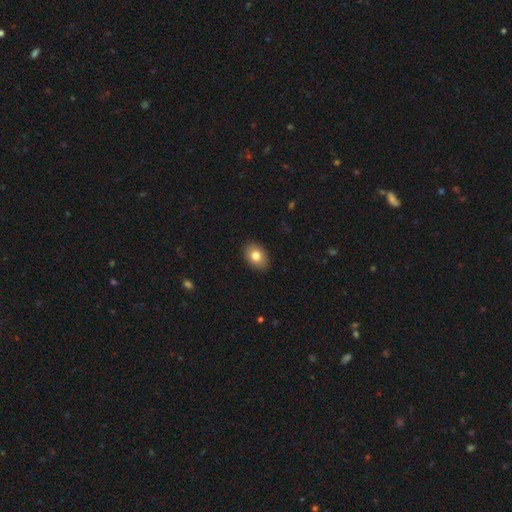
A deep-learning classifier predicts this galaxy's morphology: Overall: smooth (80%). How rounded: in between (77%). Merging: none (90%).